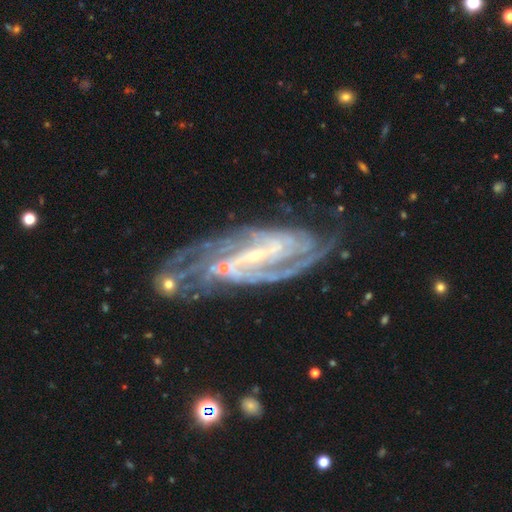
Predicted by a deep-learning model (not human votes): Smooth or featured: featured or disk — 91% (star or artifact — 6%)
Edge-on disk: no — 94% (yes — 6%)
Bar: strong — 49% (weak — 32%)
Spiral arms: yes — 98% (no — 2%)
Spiral winding: tight — 47% (medium — 42%)
Spiral arm count: 2 — 40% (3 — 19%)
Bulge size: small — 81% (moderate — 13%)
Merging: none — 64% (minor disturbance — 19%)